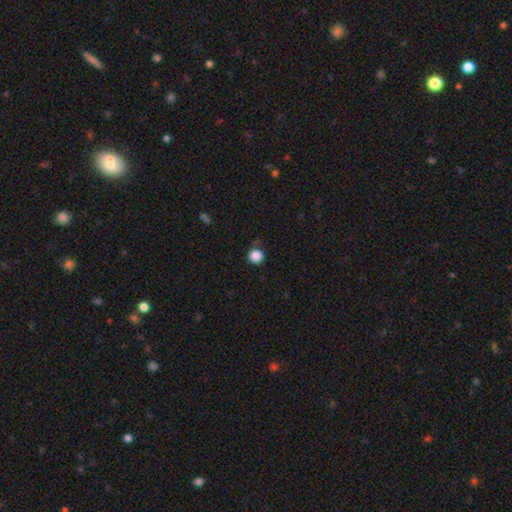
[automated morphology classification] A smooth galaxy with no disk features (87%) that is round (95%).

Vote fractions:
- Smooth or featured? smooth: 87% / star or artifact: 10% / featured or disk: 3%
- How rounded? round: 95% / in between: 4% / cigar-shaped: 1%
- Merging? none: 85% / minor disturbance: 10% / major disturbance: 3% / merger: 2%